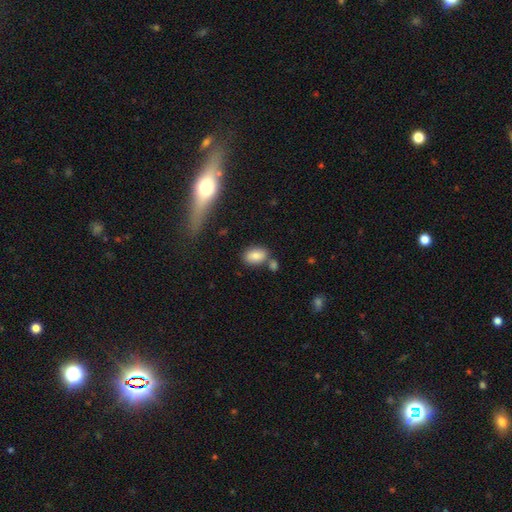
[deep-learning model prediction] The model was most divided on "merging": none: 69%, merger: 15%, minor disturbance: 13%, major disturbance: 3%. More confident: how rounded — in between (88%); smooth or featured — smooth (81%).